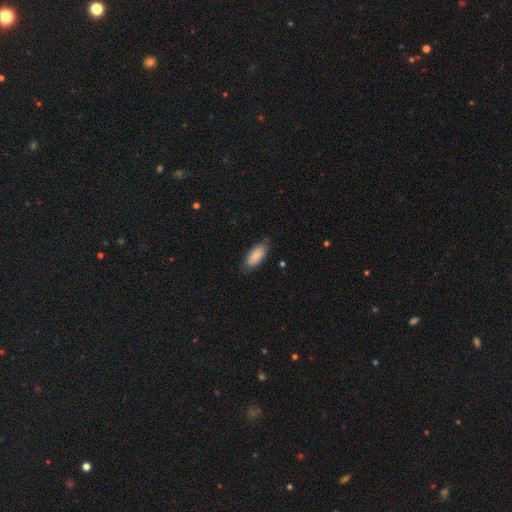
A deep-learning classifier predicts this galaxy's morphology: Overall: smooth (87%). How rounded: in between (86%). Merging: none (76%).